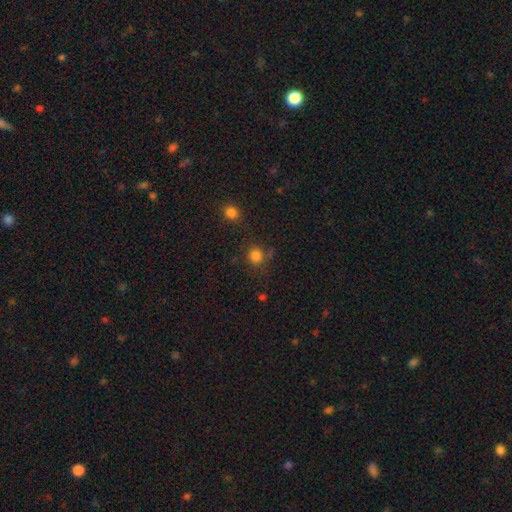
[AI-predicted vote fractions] smooth_or_featured: smooth (p=0.81) [alt: star or artifact p=0.14]
how_rounded: round (p=0.88) [alt: in between p=0.11]
merging: none (p=0.71) [alt: minor disturbance p=0.12]